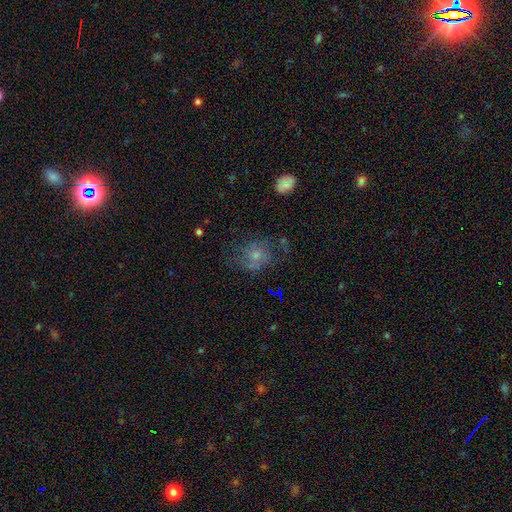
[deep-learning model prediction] Overall: smooth (52%; featured or disk 33%). How rounded: round (64%; in between 35%). Merging: none (52%; minor disturbance 24%).